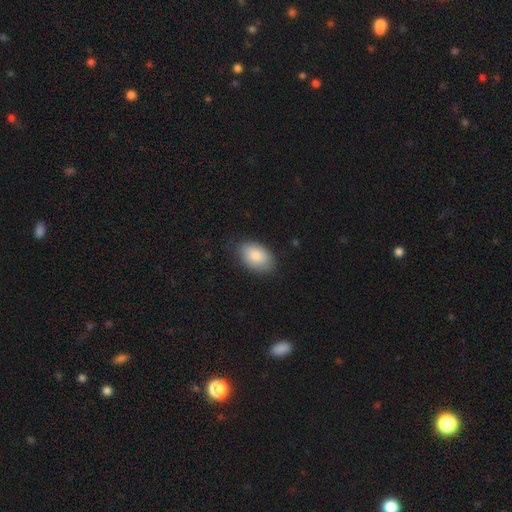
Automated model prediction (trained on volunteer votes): This is clearly a smooth galaxy (86%). How rounded: clearly in between (91%). Merging: clearly none (80%).